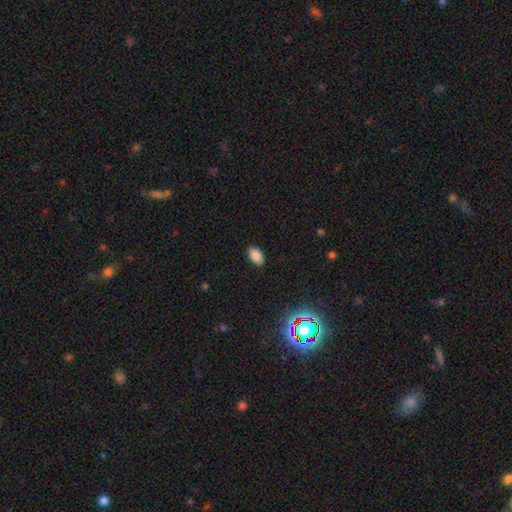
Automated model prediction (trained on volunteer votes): The model was most divided on "smooth or featured": smooth: 85%, star or artifact: 10%, featured or disk: 5%. More confident: how rounded — in between (93%); merging — none (89%).